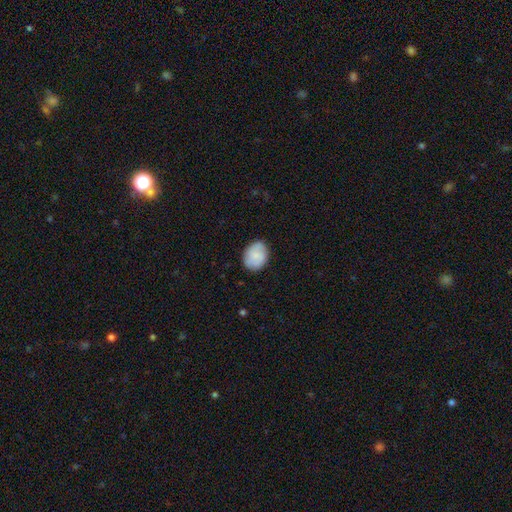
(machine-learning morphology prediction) type=smooth (78%); roundness=in between (56%); merging=none (81%).